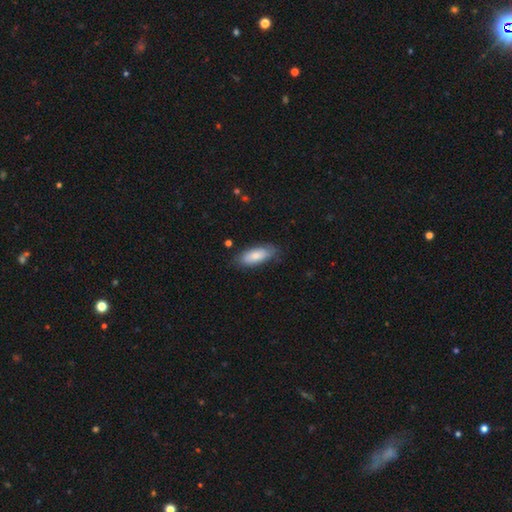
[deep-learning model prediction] This is likely a smooth galaxy (79%). How rounded: clearly in between (80%). Merging: likely none (78%).